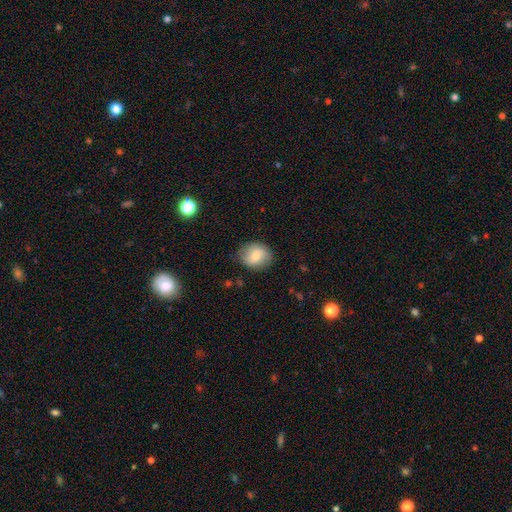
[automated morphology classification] smooth-or-featured: smooth: 67% | featured or disk: 25% | star or artifact: 8%
  how-rounded: round: 60% | in between: 39% | cigar-shaped: 1%
  merging: none: 81% | minor disturbance: 15% | major disturbance: 4% | merger: 1%